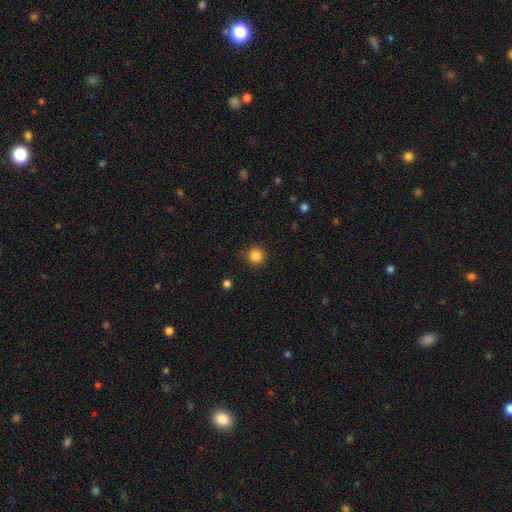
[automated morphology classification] Smooth or featured? smooth (86%)
How rounded? round (95%)
Merging? none (89%)